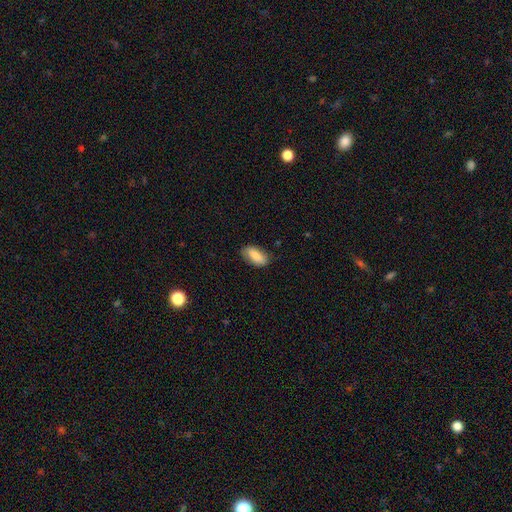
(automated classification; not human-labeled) A smooth galaxy with no disk features (81%) that is in between round and cigar-shaped (90%). Merging: none (77%).